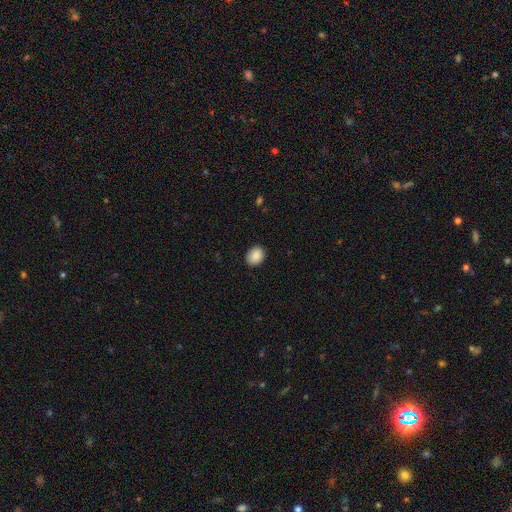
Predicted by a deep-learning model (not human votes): Q: Smooth or featured?
A: smooth (89%); runner-up: star or artifact (8%)
Q: How rounded?
A: in between (50%); runner-up: round (49%)
Q: Merging?
A: none (89%); runner-up: minor disturbance (8%)